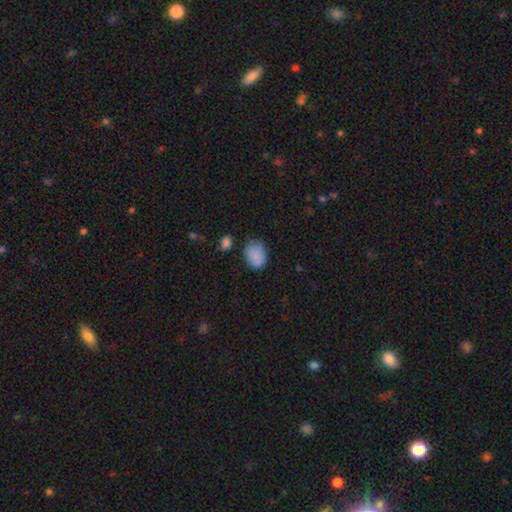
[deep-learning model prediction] A smooth galaxy with no disk features (86%) that is in between round and cigar-shaped (66%).

Vote fractions:
- Smooth or featured? smooth: 86% / star or artifact: 9% / featured or disk: 5%
- How rounded? in between: 66% / round: 33% / cigar-shaped: 1%
- Merging? none: 65% / minor disturbance: 25% / major disturbance: 6% / merger: 4%